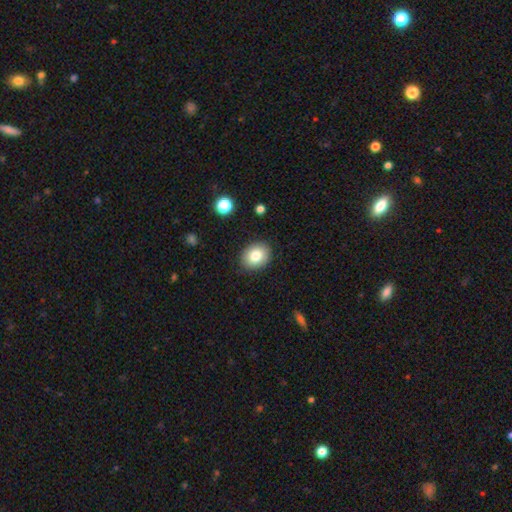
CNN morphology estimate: smooth 82%, featured or disk 9%, star or artifact 9%. Down the decision tree: how rounded — in between (51%); merging — none (87%).